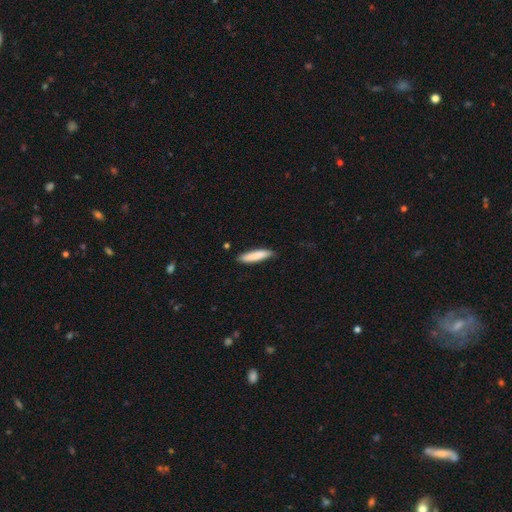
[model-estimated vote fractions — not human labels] Q: Smooth or featured?
A: smooth (84%); runner-up: featured or disk (11%)
Q: How rounded?
A: cigar-shaped (84%); runner-up: in between (14%)
Q: Merging?
A: none (83%); runner-up: minor disturbance (13%)